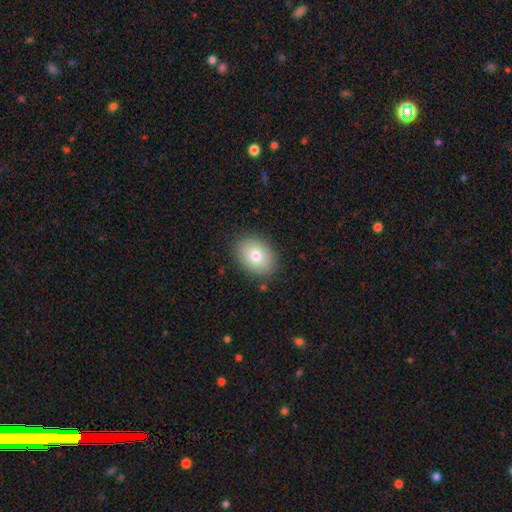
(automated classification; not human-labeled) The model was most divided on "how rounded": in between: 65%, round: 34%, cigar-shaped: 1%. More confident: merging — none (87%); smooth or featured — smooth (78%).